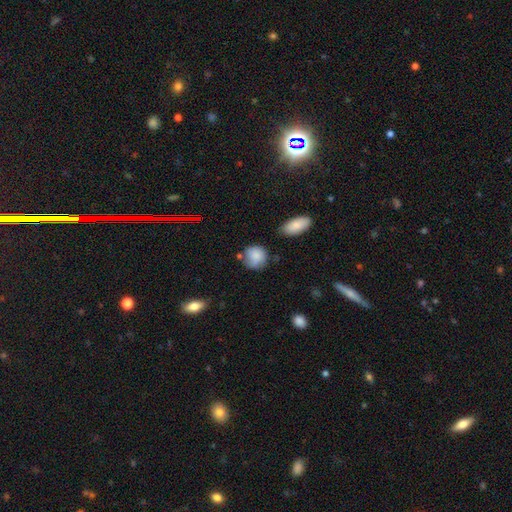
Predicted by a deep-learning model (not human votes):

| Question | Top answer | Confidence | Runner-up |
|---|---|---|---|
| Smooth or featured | smooth | 82% | featured or disk (10%) |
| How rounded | round | 80% | in between (19%) |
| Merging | none | 60% | minor disturbance (26%) |